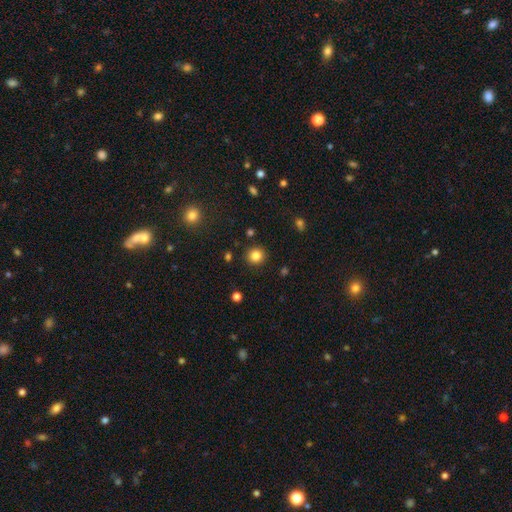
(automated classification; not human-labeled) A smooth galaxy with no disk features (83%) that is round (91%). Merging: none (91%).